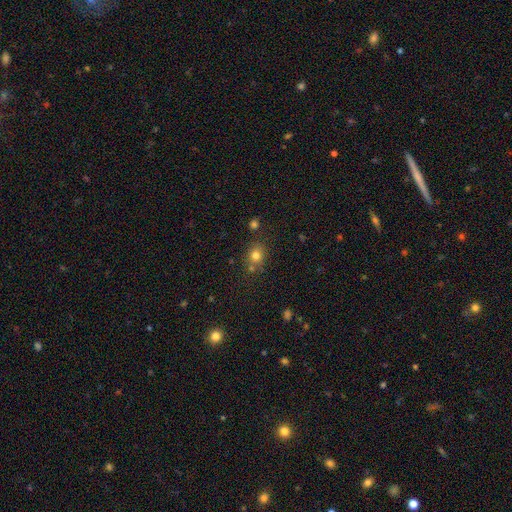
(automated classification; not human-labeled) Smooth or featured? smooth (77%)
How rounded? round (73%)
Merging? none (71%)